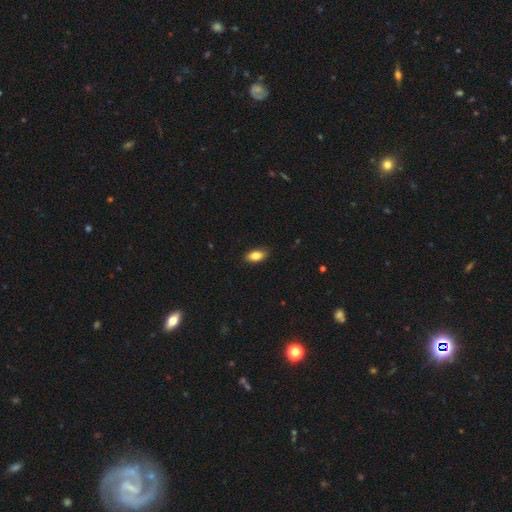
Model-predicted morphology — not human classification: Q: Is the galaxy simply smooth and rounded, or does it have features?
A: smooth — 83%.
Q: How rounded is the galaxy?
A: in between — 90%.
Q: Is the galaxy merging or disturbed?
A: none — 87%.